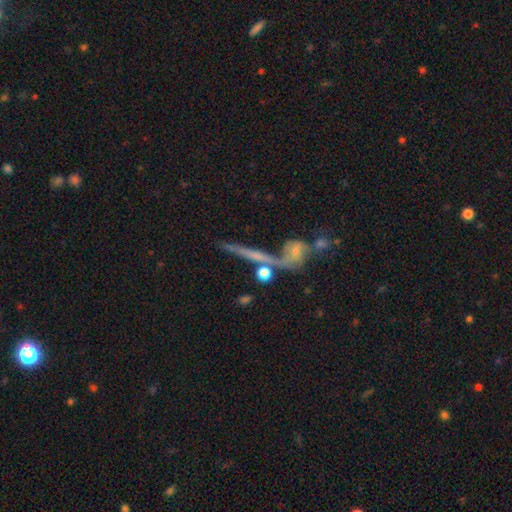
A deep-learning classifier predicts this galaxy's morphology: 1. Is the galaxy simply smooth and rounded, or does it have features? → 55% featured or disk, 33% smooth, 12% star or artifact.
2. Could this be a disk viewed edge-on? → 80% yes, 20% no.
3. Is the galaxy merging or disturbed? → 52% none, 26% merger, 14% minor disturbance, 9% major disturbance.